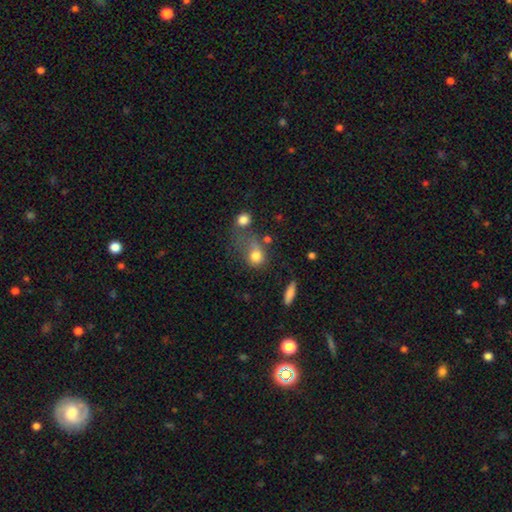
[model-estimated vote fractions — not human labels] smooth_or_featured: smooth (p=0.76) [alt: featured or disk p=0.13]
how_rounded: round (p=0.52) [alt: in between p=0.45]
merging: major disturbance (p=0.32) [alt: none p=0.27]